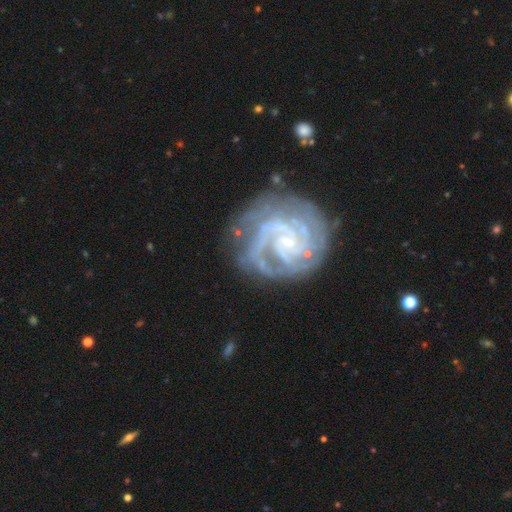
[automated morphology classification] Smooth or featured? Predicted: featured or disk (p=0.91). Edge-on disk? Predicted: no (p=0.98). Bar? Predicted: no (p=0.45). Spiral arms? Predicted: yes (p=0.98). Spiral winding? Predicted: tight (p=0.68). Spiral arm count? Predicted: 2 (p=0.32). Bulge size? Predicted: small (p=0.72). Merging? Predicted: none (p=0.67).